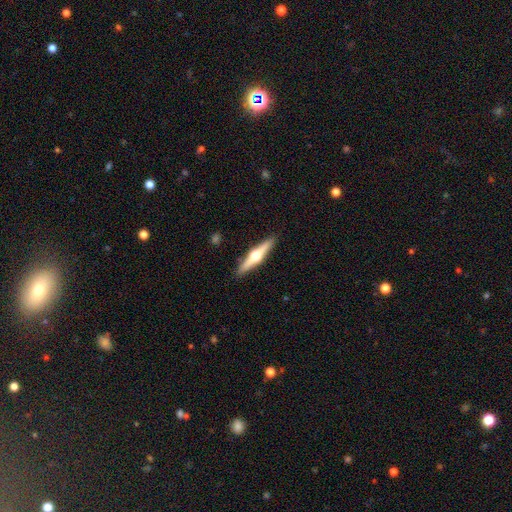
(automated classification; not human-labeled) The model was most divided on "smooth or featured": featured or disk: 70%, smooth: 25%, star or artifact: 5%. More confident: edge-on disk — yes (97%); edge-on bulge — rounded (96%); merging — none (91%).